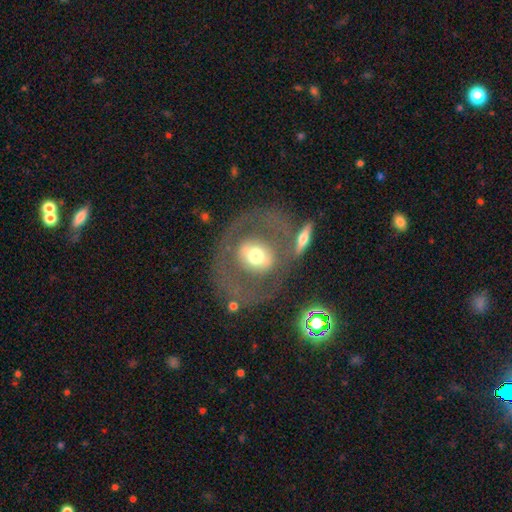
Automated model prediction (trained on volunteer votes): This appears to be a featured or disk galaxy (56%) with no bar (48%), no spiral arms (77%) and a moderate central bulge (65%). Merging: none (61%).